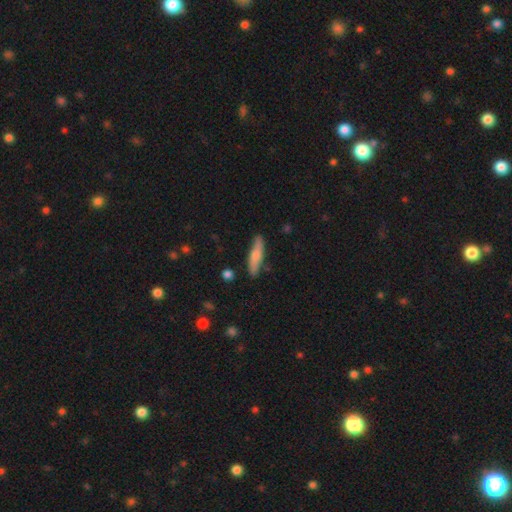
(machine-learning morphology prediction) A smooth galaxy with no disk features (67%) that is cigar-shaped (79%).

Vote fractions:
- Smooth or featured? smooth: 67% / featured or disk: 27% / star or artifact: 5%
- How rounded? cigar-shaped: 79% / in between: 19% / round: 2%
- Merging? none: 82% / minor disturbance: 13% / major disturbance: 2% / merger: 2%